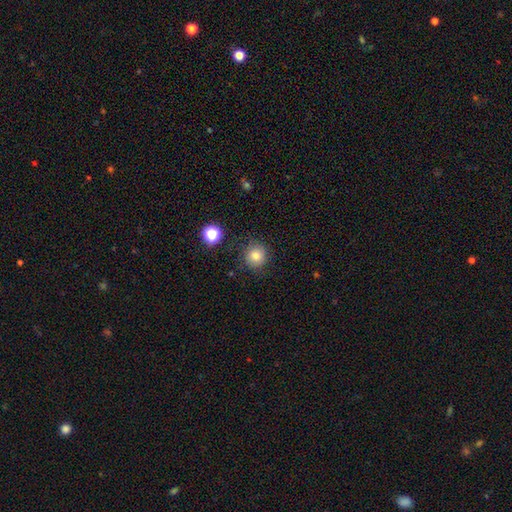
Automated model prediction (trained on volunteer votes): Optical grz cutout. It shows a smooth galaxy with no disk features (79%) that is round (91%). Merging: none (84%).